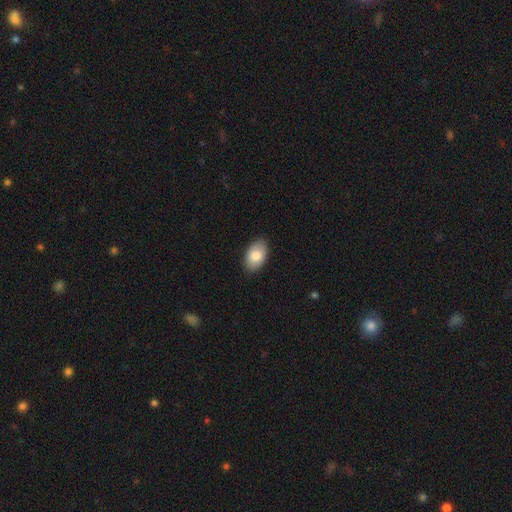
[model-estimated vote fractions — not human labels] The model was most divided on "smooth or featured": smooth: 83%, featured or disk: 11%, star or artifact: 6%. More confident: how rounded — in between (92%); merging — none (87%).